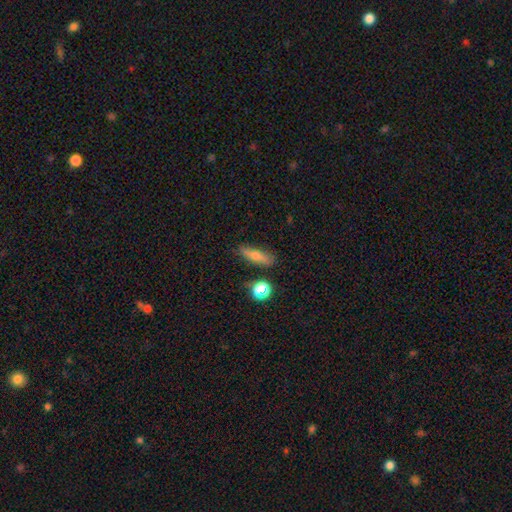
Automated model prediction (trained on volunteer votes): The model was most divided on "how rounded": cigar-shaped: 63%, in between: 31%, round: 6%. More confident: merging — none (79%); smooth or featured — smooth (62%).